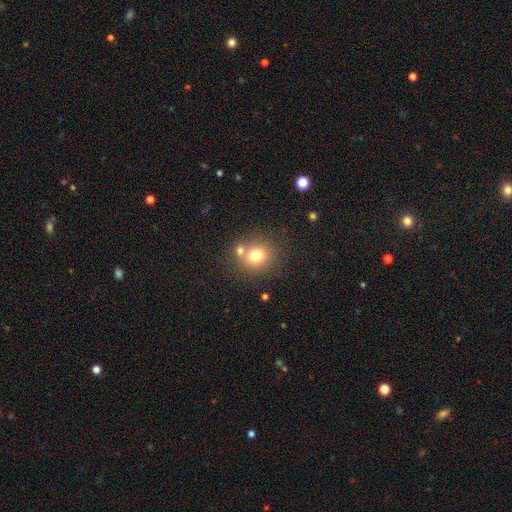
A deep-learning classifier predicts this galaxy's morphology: Q: Smooth or featured?
A: smooth (75%); runner-up: star or artifact (13%)
Q: How rounded?
A: round (78%); runner-up: in between (21%)
Q: Merging?
A: none (60%); runner-up: merger (26%)